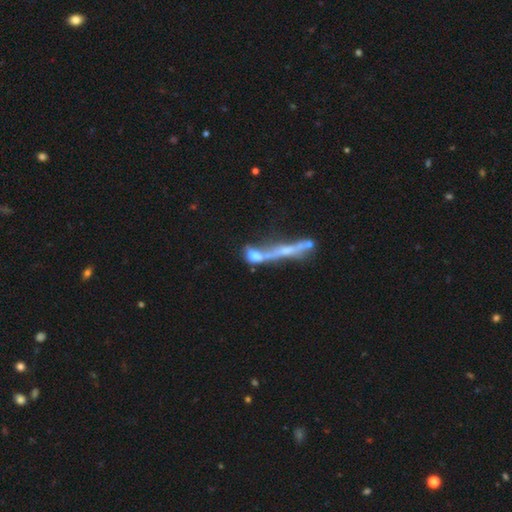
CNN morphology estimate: type=smooth (49%); merging=merger (53%).